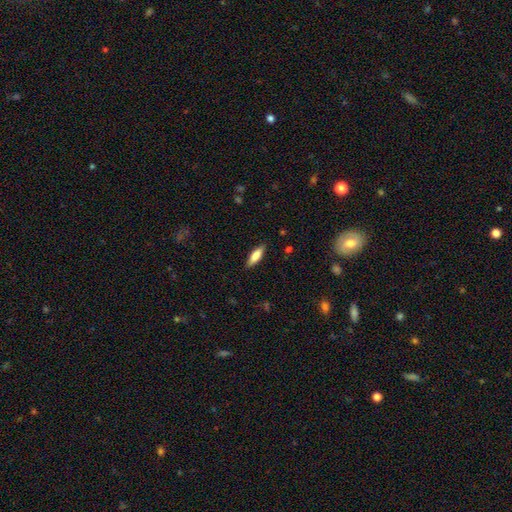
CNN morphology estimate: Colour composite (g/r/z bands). It shows a smooth galaxy with no disk features (77%) that is cigar-shaped (51%). Merging: none (87%).